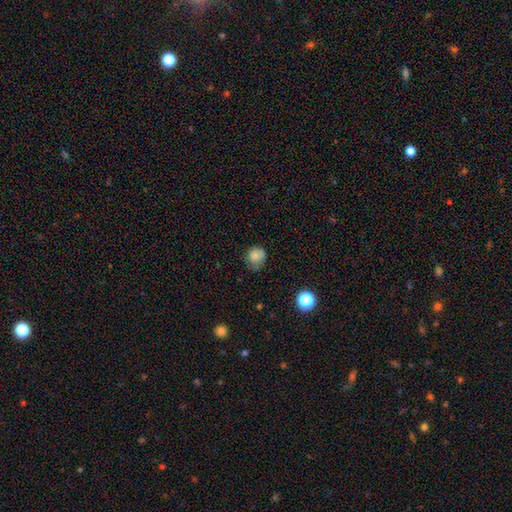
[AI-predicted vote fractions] Q: Smooth or featured?
A: smooth (77%); runner-up: featured or disk (12%)
Q: How rounded?
A: round (77%); runner-up: in between (22%)
Q: Merging?
A: none (53%); runner-up: minor disturbance (31%)